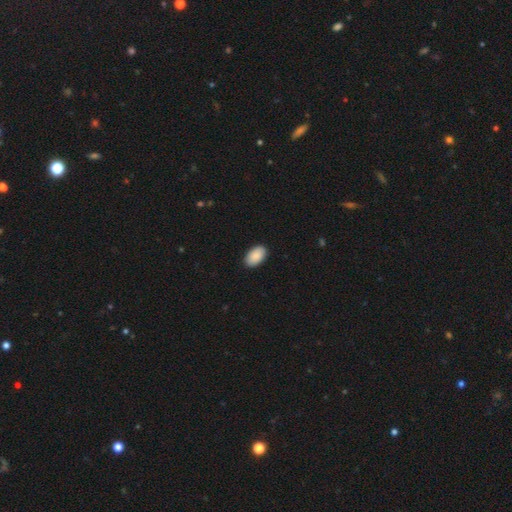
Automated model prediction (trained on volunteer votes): A smooth galaxy with no disk features (91%) that is in between round and cigar-shaped (95%). Merging: none (90%).